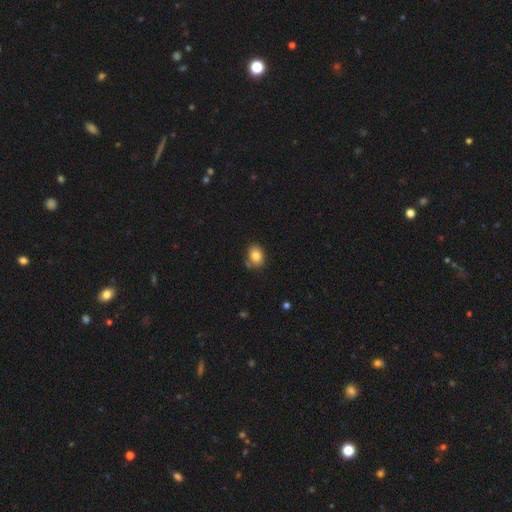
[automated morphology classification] A smooth galaxy with no disk features (83%) that is in between round and cigar-shaped (60%).

Vote fractions:
- Smooth or featured? smooth: 83% / star or artifact: 9% / featured or disk: 8%
- How rounded? in between: 60% / round: 39% / cigar-shaped: 1%
- Merging? none: 74% / minor disturbance: 18% / merger: 5% / major disturbance: 3%